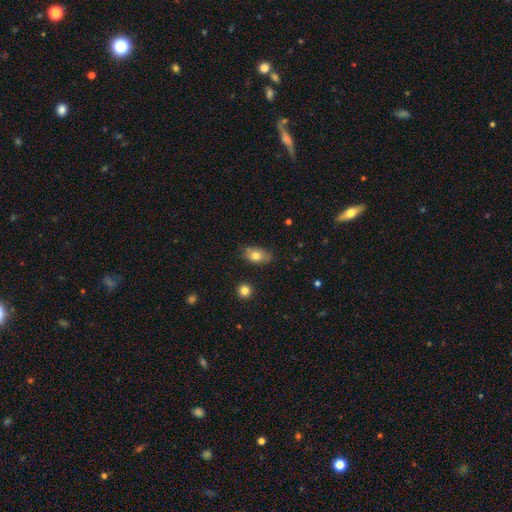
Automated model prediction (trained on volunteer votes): A smooth galaxy with no disk features (76%) that is in between round and cigar-shaped (86%).

Vote fractions:
- Smooth or featured? smooth: 76% / featured or disk: 16% / star or artifact: 8%
- How rounded? in between: 86% / round: 10% / cigar-shaped: 4%
- Merging? none: 78% / minor disturbance: 17% / major disturbance: 3% / merger: 2%